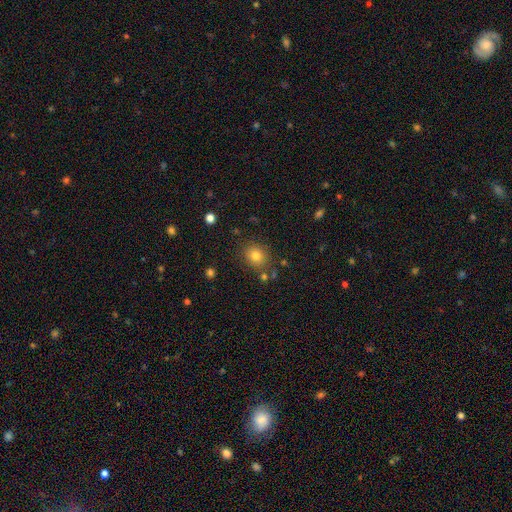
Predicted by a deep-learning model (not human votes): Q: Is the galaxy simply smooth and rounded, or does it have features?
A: smooth — 80%.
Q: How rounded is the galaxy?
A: round — 73%.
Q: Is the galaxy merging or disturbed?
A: none — 82%.